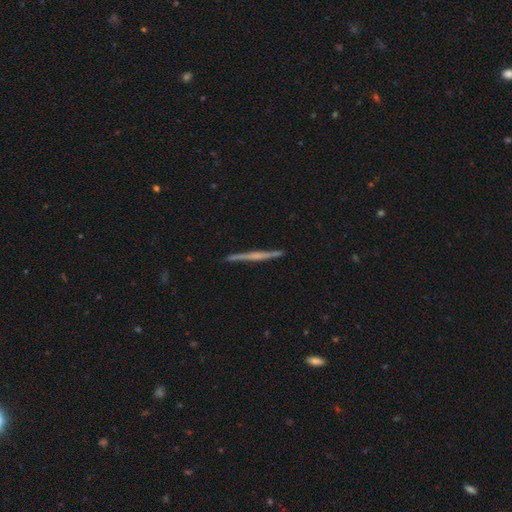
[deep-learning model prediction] The model was most divided on "edge-on bulge": none: 48%, rounded: 40%, boxy: 12%. More confident: edge-on disk — yes (98%); merging — none (90%); smooth or featured — featured or disk (71%).